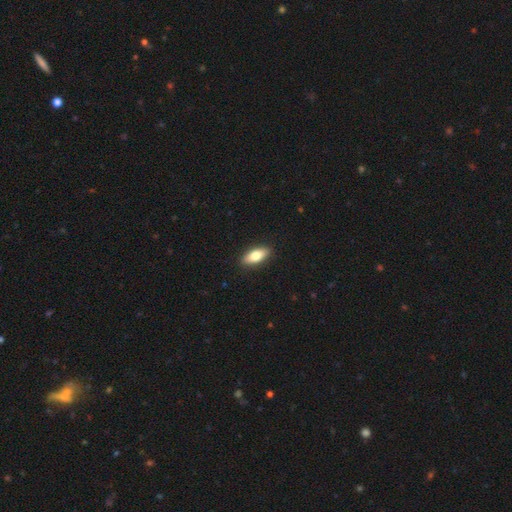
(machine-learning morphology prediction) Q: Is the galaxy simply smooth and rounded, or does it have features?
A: smooth — 73%.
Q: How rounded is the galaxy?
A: in between — 77%.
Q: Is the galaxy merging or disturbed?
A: none — 90%.